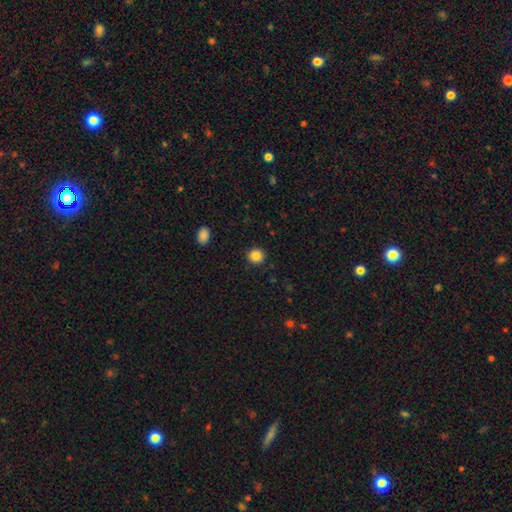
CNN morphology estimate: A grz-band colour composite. It shows a smooth galaxy with no disk features (86%) that is round (92%). Merging: none (92%).